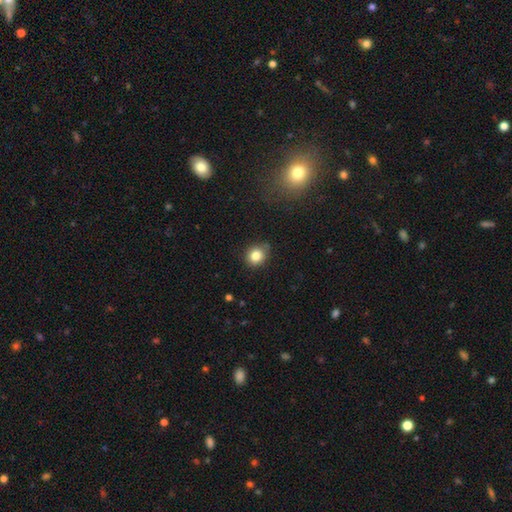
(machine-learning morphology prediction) smooth 81%, star or artifact 12%, featured or disk 7%. Down the decision tree: how rounded — round (81%); merging — none (82%).